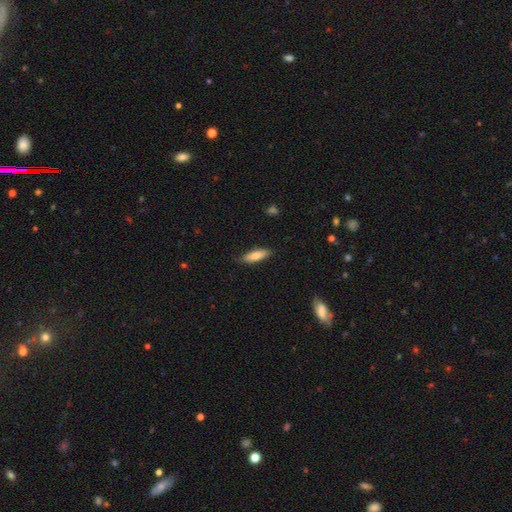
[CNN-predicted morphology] This is likely a smooth galaxy (78%). How rounded: possibly cigar-shaped (56%). Merging: clearly none (82%).